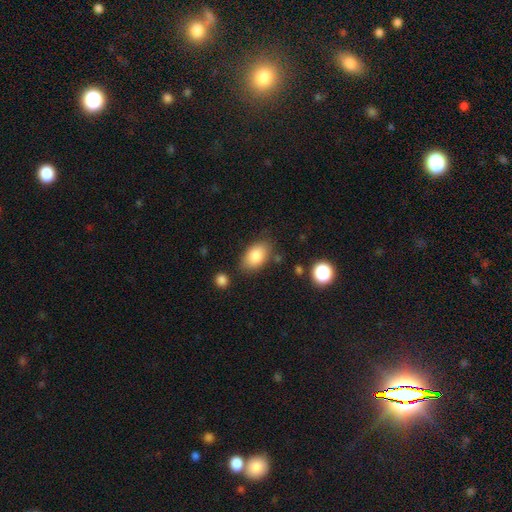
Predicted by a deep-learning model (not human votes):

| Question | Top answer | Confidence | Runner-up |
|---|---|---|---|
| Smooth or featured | smooth | 85% | featured or disk (8%) |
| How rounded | in between | 90% | round (9%) |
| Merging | none | 77% | minor disturbance (15%) |